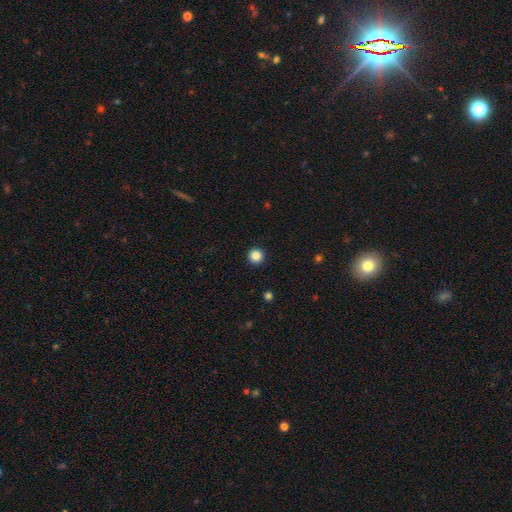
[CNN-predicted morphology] smooth-or-featured: smooth: 86% | star or artifact: 11% | featured or disk: 3%
  how-rounded: round: 96% | in between: 3% | cigar-shaped: 1%
  merging: none: 93% | minor disturbance: 4% | major disturbance: 2% | merger: 1%